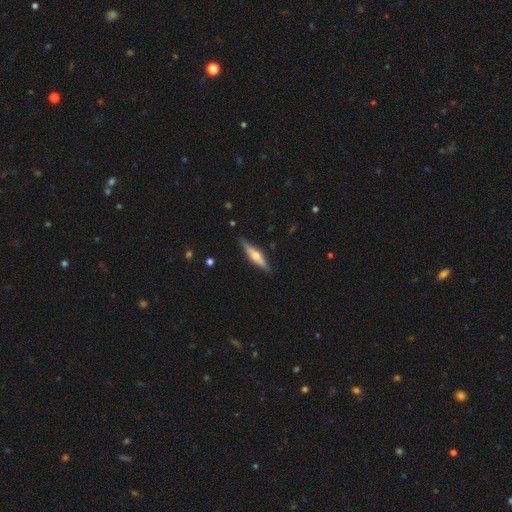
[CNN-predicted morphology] Smooth or featured?
  - featured or disk: 58% *
  - smooth: 36%
  - star or artifact: 6%
Edge-on disk?
  - yes: 94% *
  - no: 6%
Edge-on bulge?
  - rounded: 87% *
  - boxy: 7%
  - none: 6%
Merging?
  - none: 85% *
  - minor disturbance: 11%
  - major disturbance: 2%
  - merger: 1%